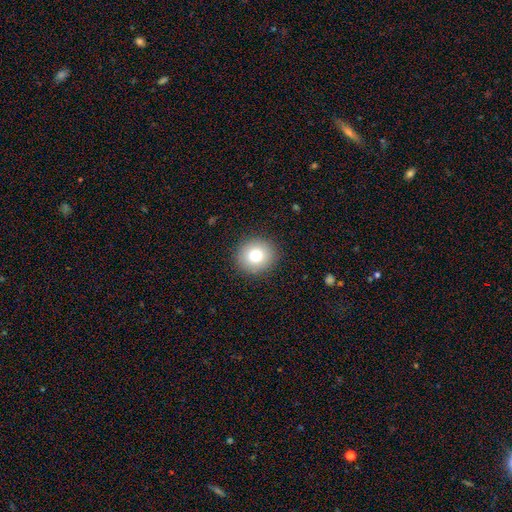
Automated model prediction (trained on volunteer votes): Smooth or featured? smooth (79%)
How rounded? round (89%)
Merging? none (91%)